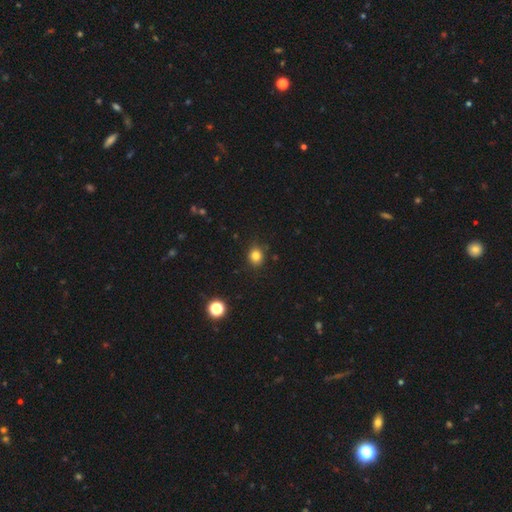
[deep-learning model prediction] This is clearly a smooth galaxy (82%). How rounded: likely round (69%). Merging: clearly none (85%).